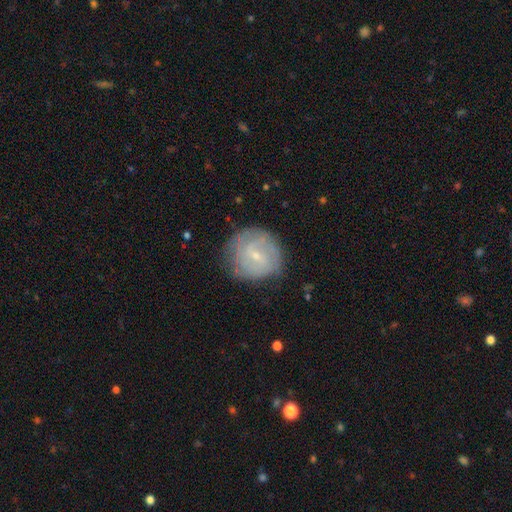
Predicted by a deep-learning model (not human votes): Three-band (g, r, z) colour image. It shows a featured or disk galaxy (59%) with a weak bar (52%), spiral arms (74%) and a small central bulge (81%). Merging: none (73%).